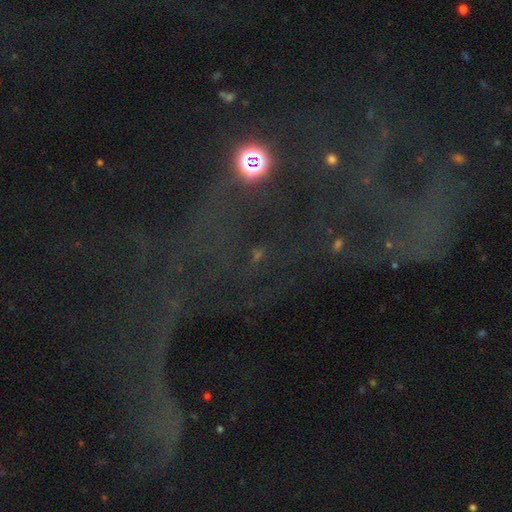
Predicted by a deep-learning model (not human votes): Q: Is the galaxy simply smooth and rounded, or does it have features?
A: star or artifact — 68%.